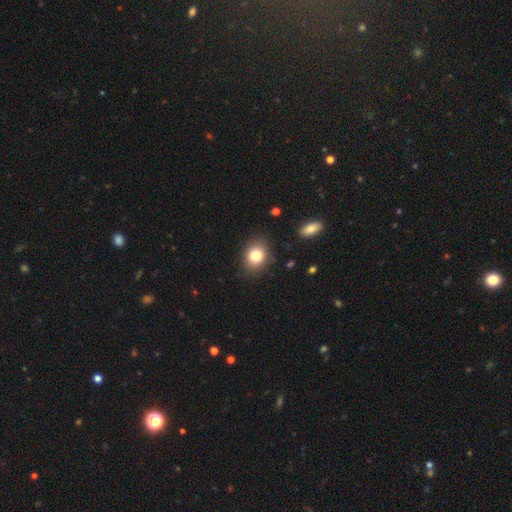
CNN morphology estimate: A smooth galaxy with no disk features (80%) that is round (58%).

Vote fractions:
- Smooth or featured? smooth: 80% / star or artifact: 11% / featured or disk: 9%
- How rounded? round: 58% / in between: 41% / cigar-shaped: 1%
- Merging? none: 86% / minor disturbance: 10% / major disturbance: 3% / merger: 1%